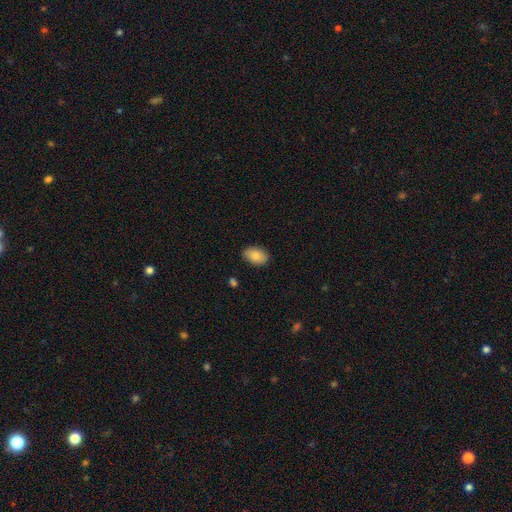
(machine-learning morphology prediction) Smooth or featured? Predicted: smooth (p=0.86). How rounded? Predicted: in between (p=0.90). Merging? Predicted: none (p=0.85).